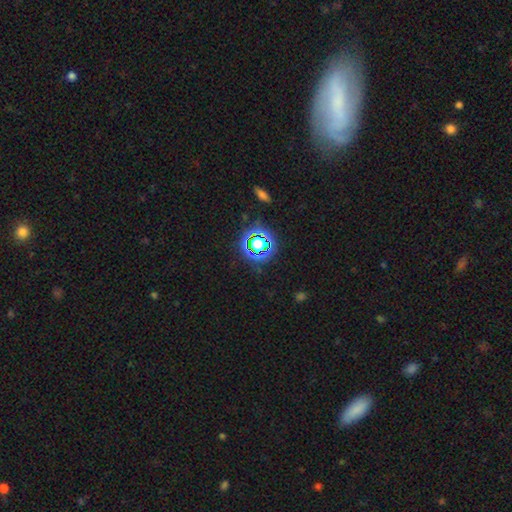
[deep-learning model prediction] Smooth or featured? Predicted: star or artifact (p=0.43).